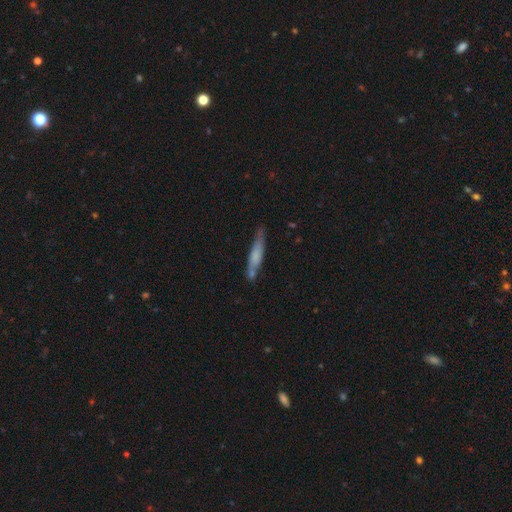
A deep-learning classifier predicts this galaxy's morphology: Smooth or featured?
  - smooth: 64% *
  - featured or disk: 30%
  - star or artifact: 6%
How rounded?
  - cigar-shaped: 85% *
  - in between: 14%
  - round: 2%
Merging?
  - none: 61% *
  - minor disturbance: 23%
  - merger: 11%
  - major disturbance: 6%